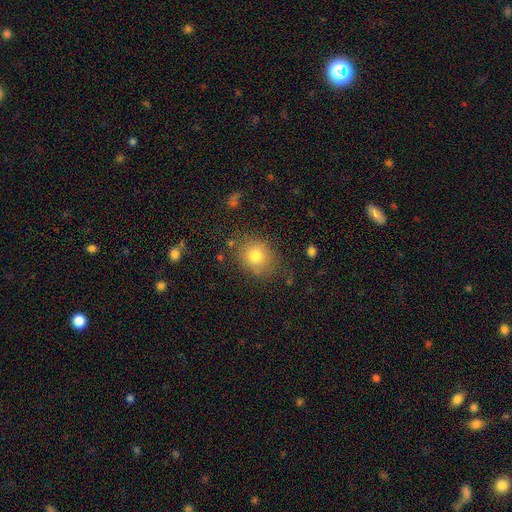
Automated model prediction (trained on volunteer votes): Smooth or featured? smooth (79%)
How rounded? round (66%)
Merging? none (77%)